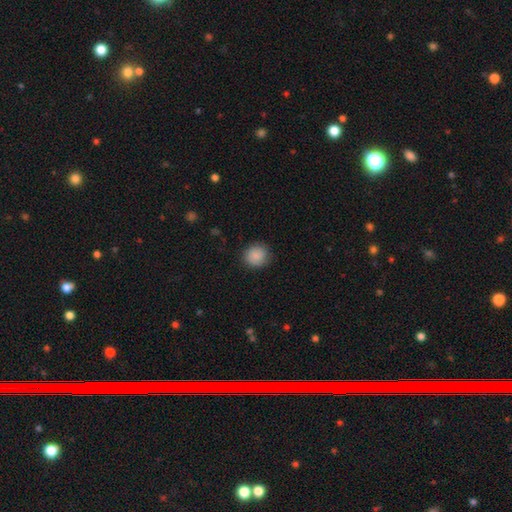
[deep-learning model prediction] smooth 87%, star or artifact 7%, featured or disk 5%. Down the decision tree: how rounded — round (87%); merging — none (85%).